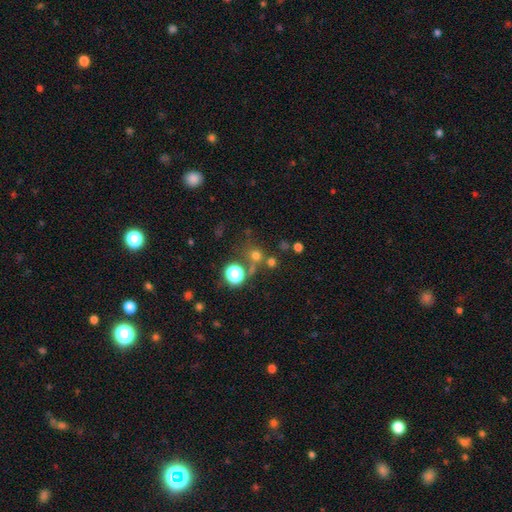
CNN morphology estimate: Overall: smooth (63%; star or artifact 28%). How rounded: round (89%). Merging: none (66%).